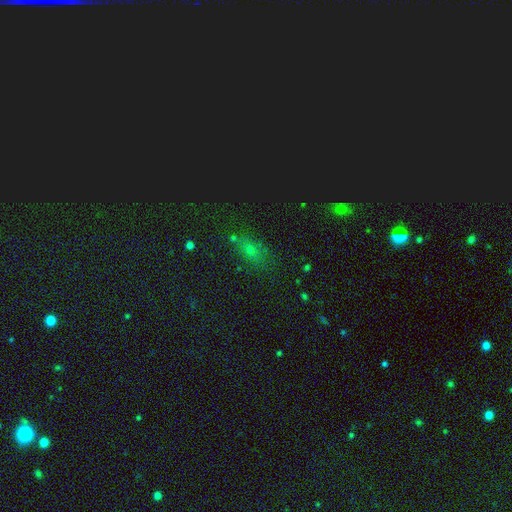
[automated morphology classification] Smooth or featured? Predicted: star or artifact (p=0.53).